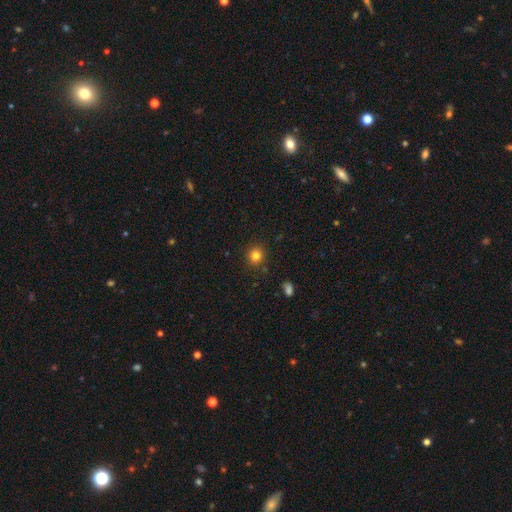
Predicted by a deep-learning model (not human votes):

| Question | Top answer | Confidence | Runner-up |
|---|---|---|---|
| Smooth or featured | smooth | 81% | star or artifact (13%) |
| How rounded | round | 90% | in between (9%) |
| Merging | none | 89% | minor disturbance (7%) |